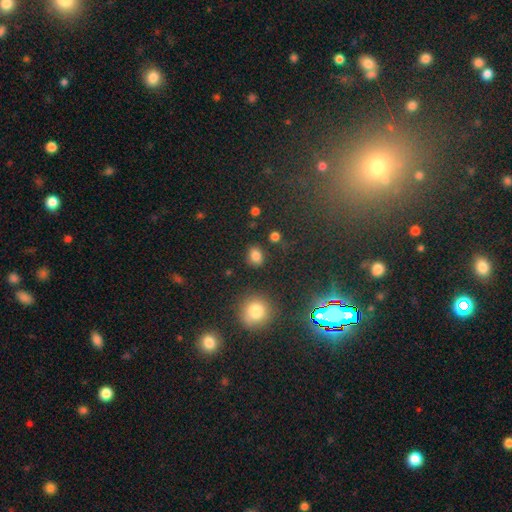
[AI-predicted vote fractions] Smooth or featured? Predicted: smooth (p=0.80). How rounded? Predicted: in between (p=0.52). Merging? Predicted: none (p=0.82).